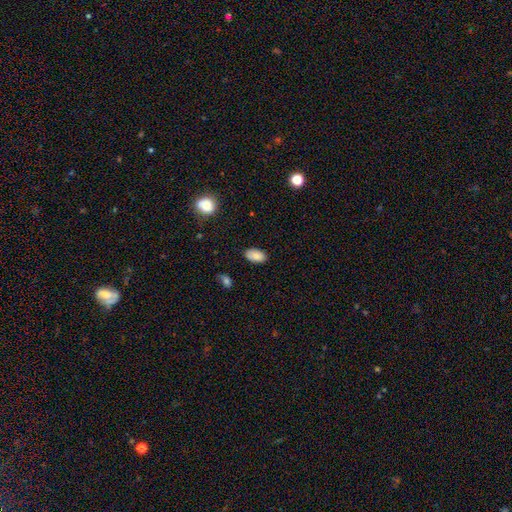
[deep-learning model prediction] A smooth galaxy with no disk features (86%) that is in between round and cigar-shaped (94%).

Vote fractions:
- Smooth or featured? smooth: 86% / star or artifact: 8% / featured or disk: 6%
- How rounded? in between: 94% / round: 4% / cigar-shaped: 2%
- Merging? none: 85% / minor disturbance: 11% / major disturbance: 2% / merger: 1%